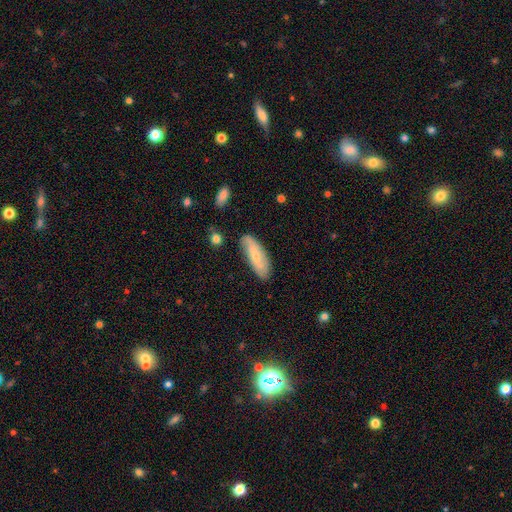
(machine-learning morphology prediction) smooth 50%, featured or disk 44%, star or artifact 7%. Down the decision tree: merging — none (79%).